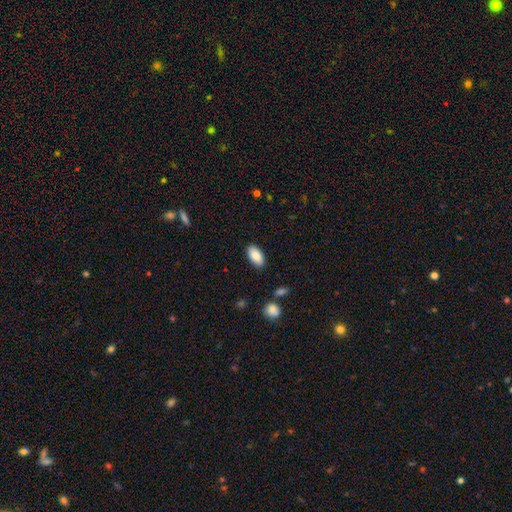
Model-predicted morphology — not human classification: Smooth or featured?
  - smooth: 85% *
  - featured or disk: 8%
  - star or artifact: 7%
How rounded?
  - in between: 93% *
  - cigar-shaped: 4%
  - round: 3%
Merging?
  - none: 87% *
  - minor disturbance: 9%
  - major disturbance: 2%
  - merger: 1%